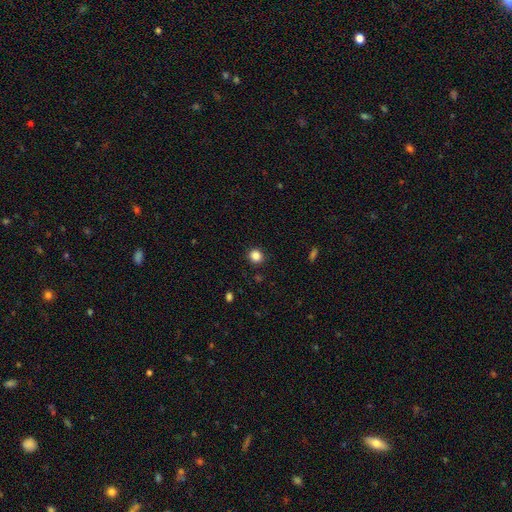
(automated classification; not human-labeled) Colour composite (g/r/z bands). It shows a smooth galaxy with no disk features (85%) that is round (89%). Merging: none (91%).